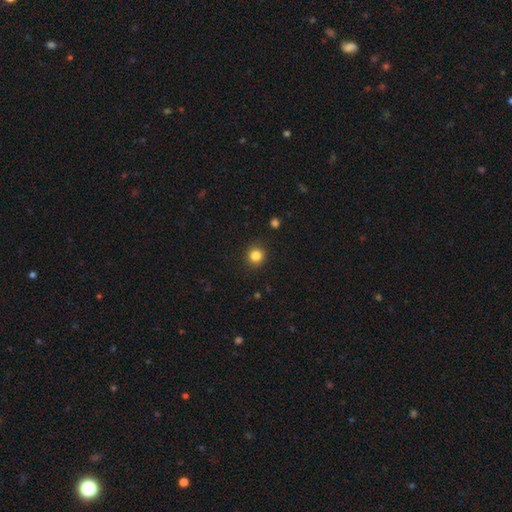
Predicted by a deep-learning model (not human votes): The model was most divided on "smooth or featured": smooth: 84%, star or artifact: 12%, featured or disk: 4%. More confident: how rounded — round (92%); merging — none (91%).